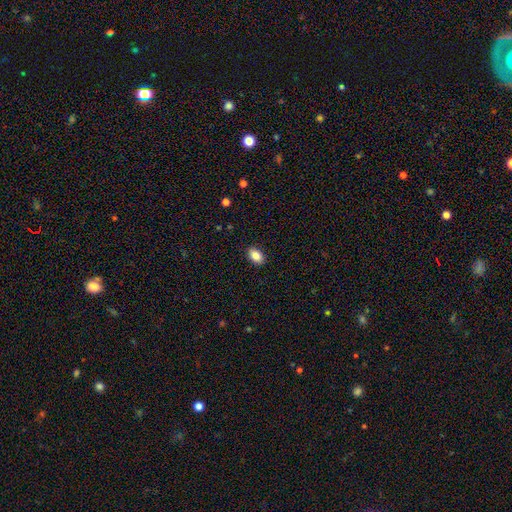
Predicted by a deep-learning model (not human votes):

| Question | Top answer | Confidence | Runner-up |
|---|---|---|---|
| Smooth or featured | smooth | 86% | star or artifact (8%) |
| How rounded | in between | 90% | round (8%) |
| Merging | none | 89% | minor disturbance (8%) |